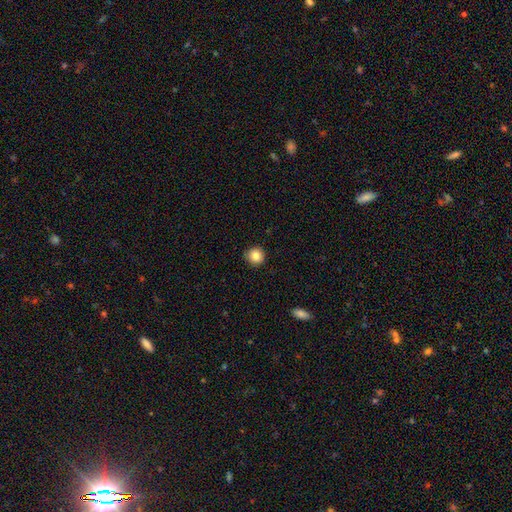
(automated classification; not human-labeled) Smooth or featured? smooth (84%)
How rounded? round (94%)
Merging? none (89%)